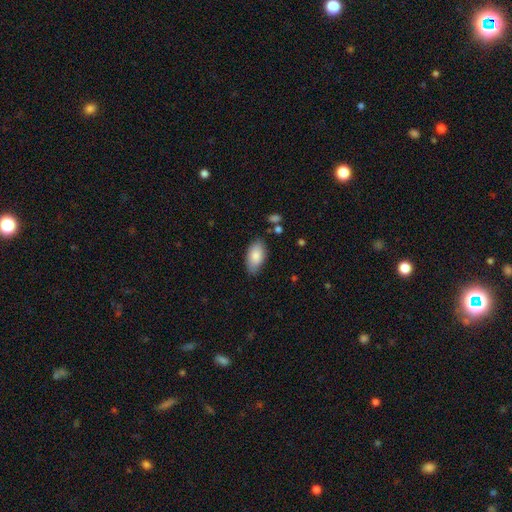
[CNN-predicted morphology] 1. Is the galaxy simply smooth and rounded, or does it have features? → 85% smooth, 9% featured or disk, 6% star or artifact.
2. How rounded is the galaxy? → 94% in between, 3% cigar-shaped, 3% round.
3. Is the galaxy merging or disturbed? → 80% none, 15% minor disturbance, 3% major disturbance, 2% merger.